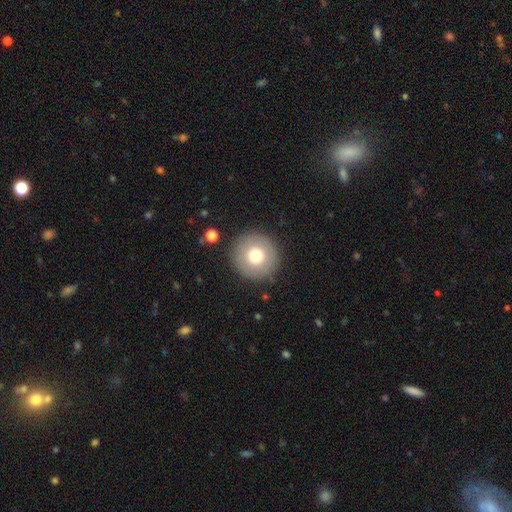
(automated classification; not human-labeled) The model was most divided on "smooth or featured": smooth: 72%, featured or disk: 19%, star or artifact: 9%. More confident: how rounded — round (96%); merging — none (89%).